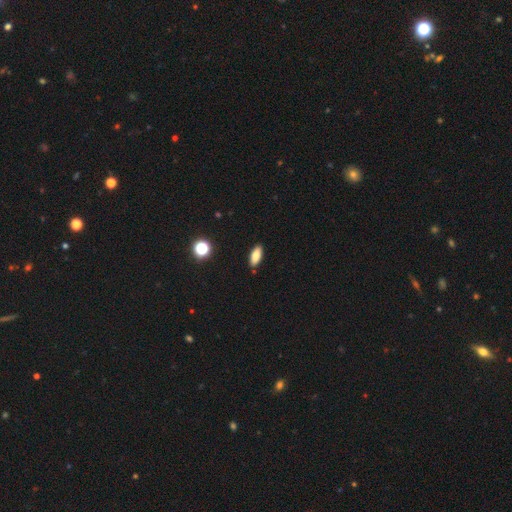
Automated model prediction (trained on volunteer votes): A smooth galaxy with no disk features (79%) that is in between round and cigar-shaped (77%).

Vote fractions:
- Smooth or featured? smooth: 79% / featured or disk: 12% / star or artifact: 9%
- How rounded? in between: 77% / cigar-shaped: 20% / round: 3%
- Merging? none: 88% / minor disturbance: 9% / major disturbance: 2% / merger: 2%